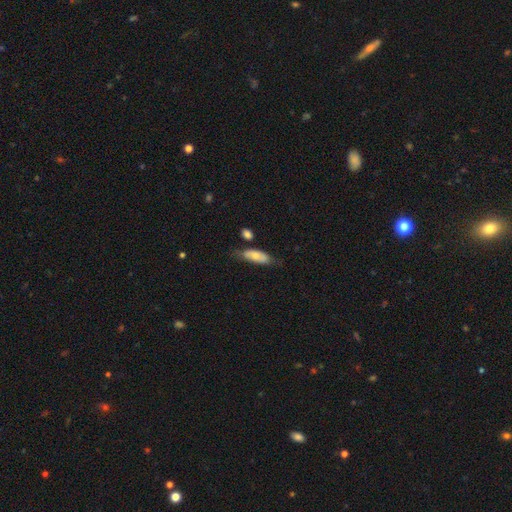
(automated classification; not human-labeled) Morphology: type=smooth (68%); roundness=in between (69%); merging=none (56%).